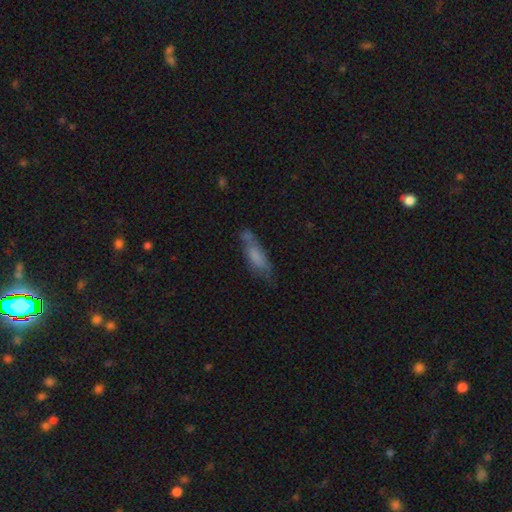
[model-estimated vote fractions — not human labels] A smooth galaxy with no disk features (68%) that is cigar-shaped (51%).

Vote fractions:
- Smooth or featured? smooth: 68% / featured or disk: 23% / star or artifact: 9%
- How rounded? cigar-shaped: 51% / in between: 46% / round: 2%
- Merging? none: 51% / minor disturbance: 27% / major disturbance: 12% / merger: 11%